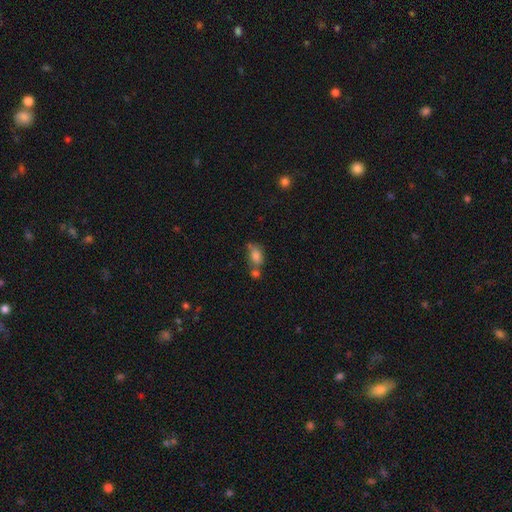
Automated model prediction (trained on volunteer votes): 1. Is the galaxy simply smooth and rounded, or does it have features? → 79% smooth, 11% star or artifact, 11% featured or disk.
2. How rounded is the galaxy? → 80% in between, 17% round, 3% cigar-shaped.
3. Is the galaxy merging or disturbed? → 39% none, 38% merger, 16% minor disturbance, 7% major disturbance.